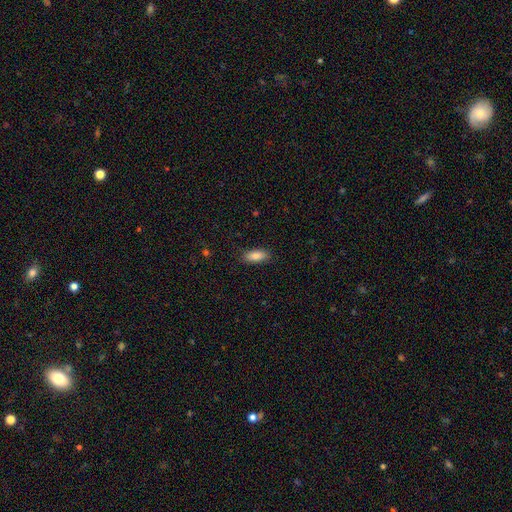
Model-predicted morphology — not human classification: Overall: smooth (86%). How rounded: in between (84%). Merging: none (87%).